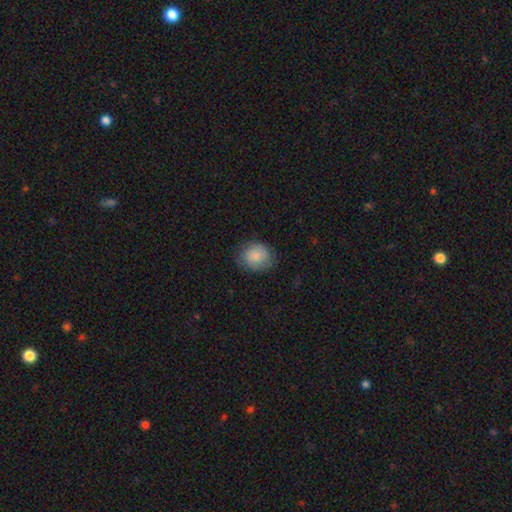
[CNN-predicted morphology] A smooth galaxy with no disk features (81%) that is round (65%).

Vote fractions:
- Smooth or featured? smooth: 81% / featured or disk: 12% / star or artifact: 7%
- How rounded? round: 65% / in between: 34% / cigar-shaped: 1%
- Merging? none: 76% / minor disturbance: 18% / major disturbance: 5% / merger: 1%